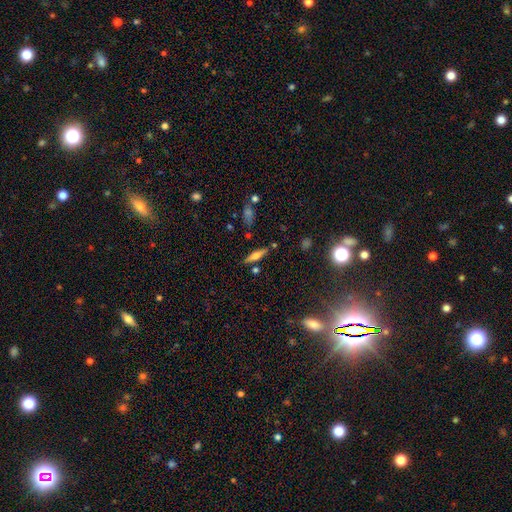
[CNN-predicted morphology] Smooth or featured? smooth (48%)
Merging? none (80%)